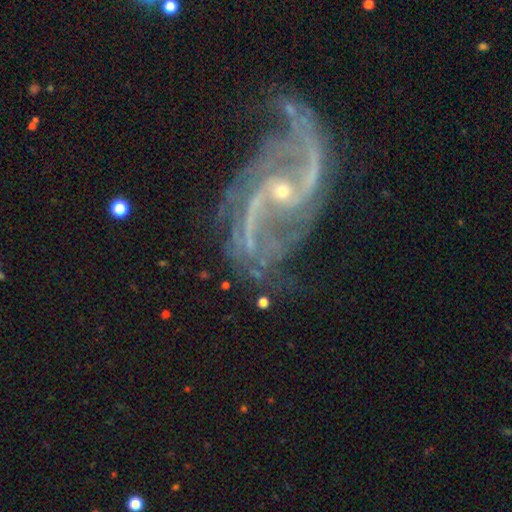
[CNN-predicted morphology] A featured or disk galaxy (92%) with no bar (51%), 2 (80%) loose (56%) spiral arms (98%) and a small central bulge (83%).

Vote fractions:
- Smooth or featured? featured or disk: 92% / star or artifact: 6% / smooth: 2%
- Edge-on disk? no: 98% / yes: 2%
- Bar? no: 51% / weak: 33% / strong: 16%
- Spiral arms? yes: 98% / no: 2%
- Spiral winding? loose: 56% / medium: 34% / tight: 10%
- Spiral arm count? 2: 80% / 3: 6% / can't tell: 4% / 1: 3% / 4: 3% / more than 4: 3%
- Bulge size? small: 83% / moderate: 13% / none: 2% / large: 1% / dominant: 1%
- Merging? none: 57% / minor disturbance: 20% / major disturbance: 18% / merger: 5%